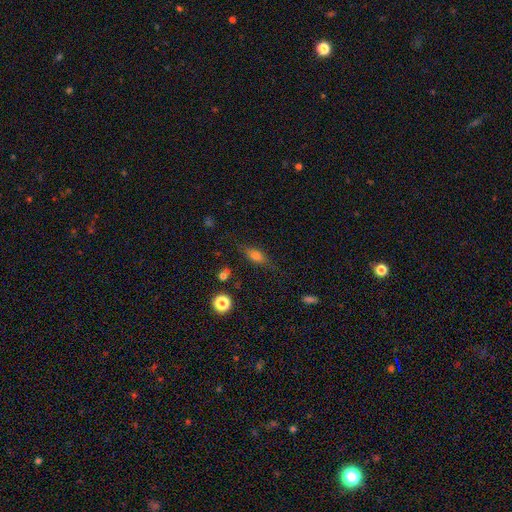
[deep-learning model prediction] Morphology: type=smooth (67%); roundness=in between (69%); merging=none (73%).